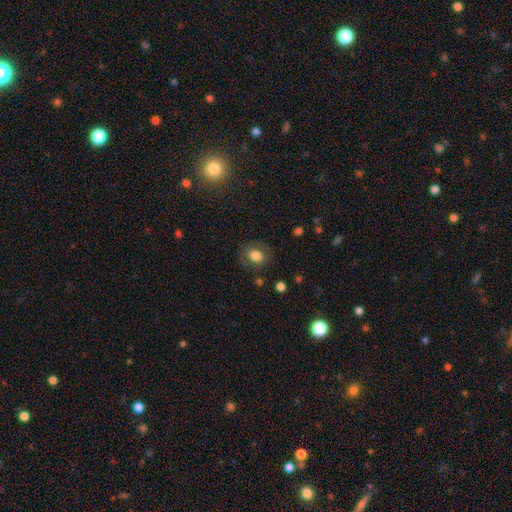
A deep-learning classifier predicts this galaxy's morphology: The model was most divided on "how rounded": round: 61%, in between: 38%, cigar-shaped: 1%. More confident: merging — none (79%); smooth or featured — smooth (76%).